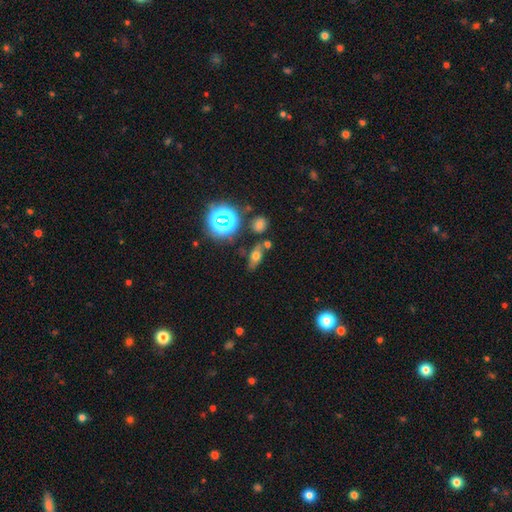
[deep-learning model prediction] Smooth or featured? Predicted: smooth (p=0.52). How rounded? Predicted: in between (p=0.63). Merging? Predicted: none (p=0.73).